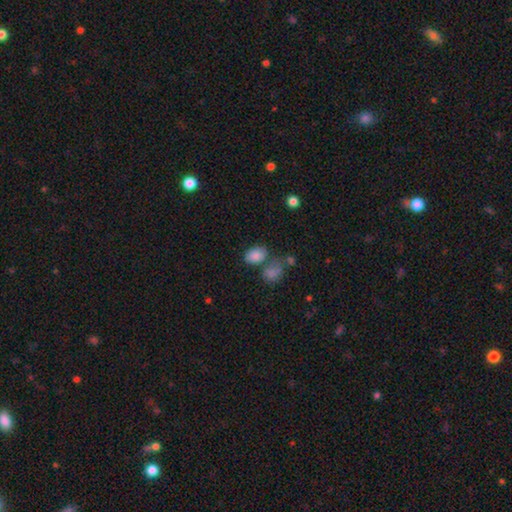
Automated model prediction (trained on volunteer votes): Overall: smooth (84%). How rounded: in between (78%). Merging: none (57%; merger 23%).